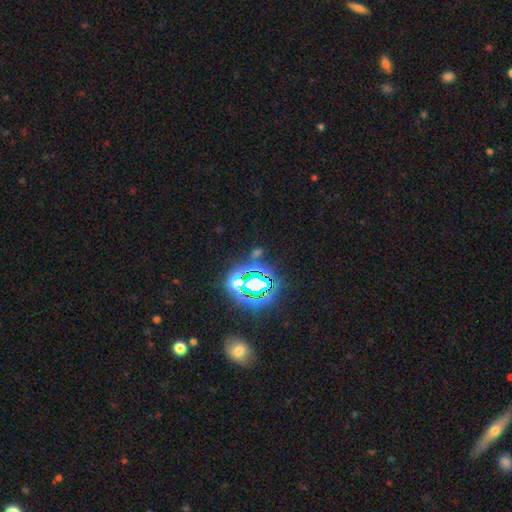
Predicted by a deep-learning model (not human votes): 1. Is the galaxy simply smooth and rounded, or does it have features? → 74% star or artifact, 16% smooth, 10% featured or disk.